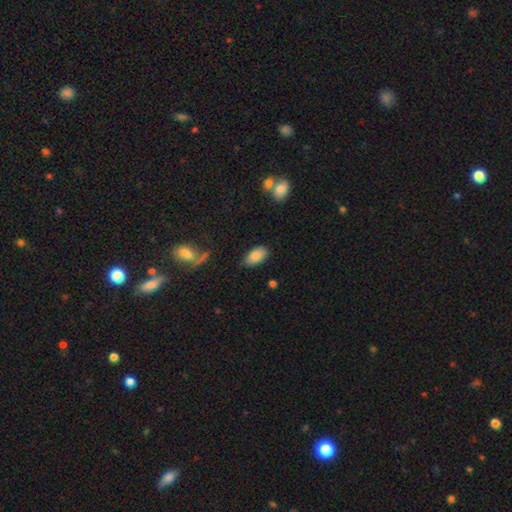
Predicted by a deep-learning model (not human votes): Overall: smooth (85%). How rounded: in between (93%). Merging: none (79%).